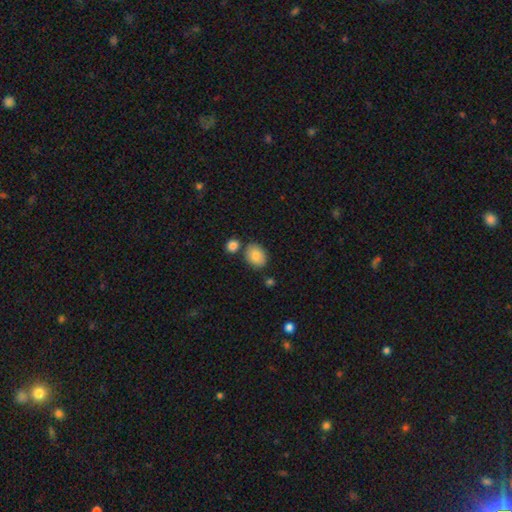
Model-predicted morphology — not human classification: A smooth galaxy with no disk features (85%) that is in between round and cigar-shaped (68%). Merging: none (75%).